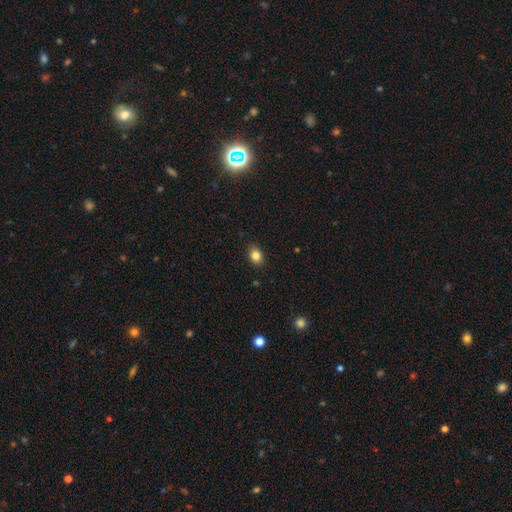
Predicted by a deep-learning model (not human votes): smooth 84%, star or artifact 10%, featured or disk 5%. Down the decision tree: how rounded — in between (57%); merging — none (88%).